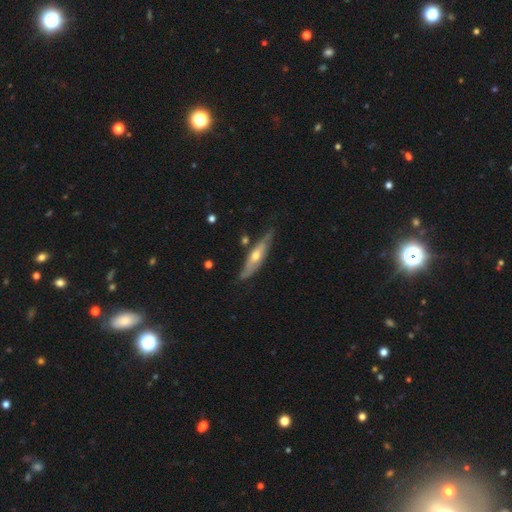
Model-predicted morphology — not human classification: The model was most divided on "edge-on disk": yes: 61%, no: 39%. More confident: merging — none (71%); smooth or featured — featured or disk (63%).